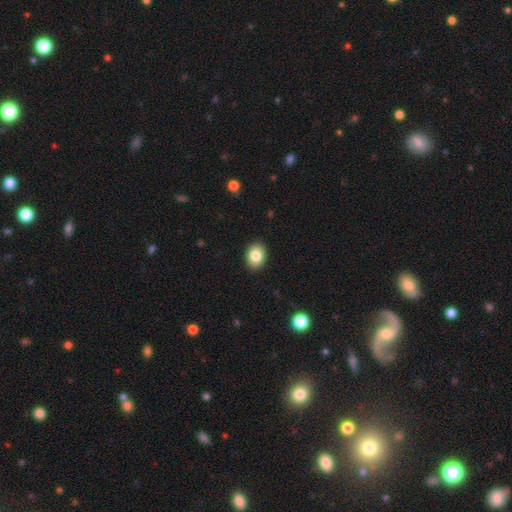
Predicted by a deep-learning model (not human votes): A smooth galaxy with no disk features (84%) that is in between round and cigar-shaped (63%). Merging: none (91%).